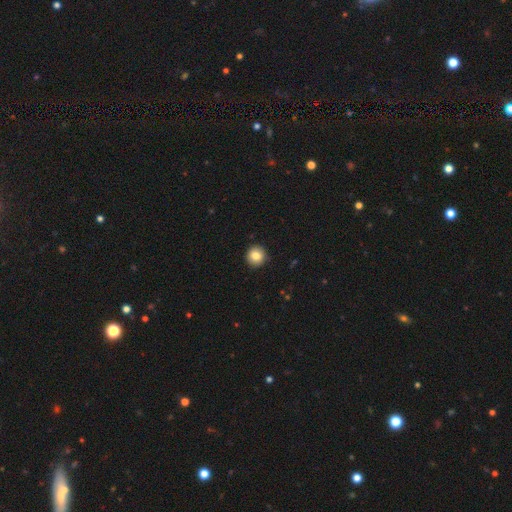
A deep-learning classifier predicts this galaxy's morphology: Q: Smooth or featured?
A: smooth (83%); runner-up: star or artifact (9%)
Q: How rounded?
A: round (93%); runner-up: in between (6%)
Q: Merging?
A: none (92%); runner-up: minor disturbance (6%)